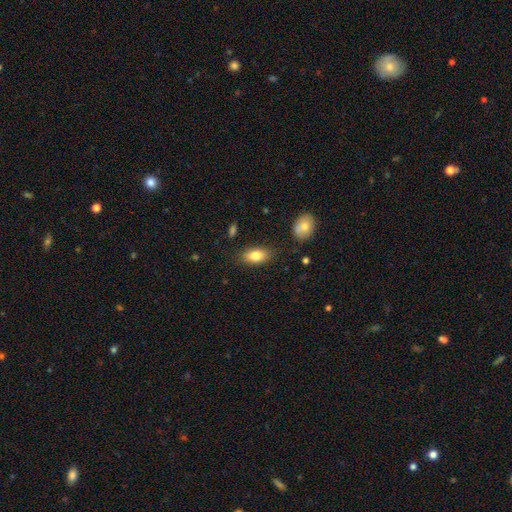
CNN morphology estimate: smooth 83%, featured or disk 10%, star or artifact 7%. Down the decision tree: how rounded — in between (89%); merging — none (82%).